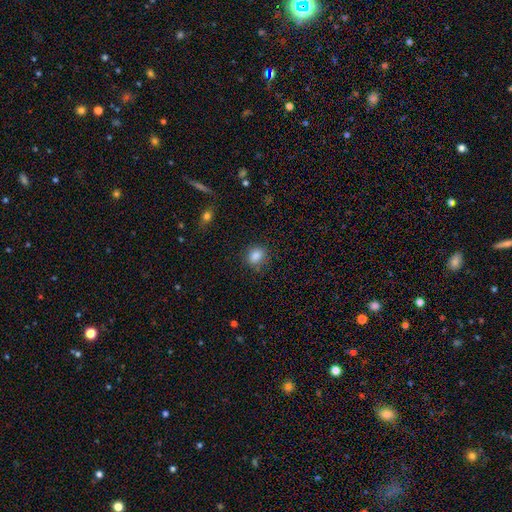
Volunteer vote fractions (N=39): This appears to be a smooth galaxy with no disk features (90%) that is round (51%). Merging: none (83%).